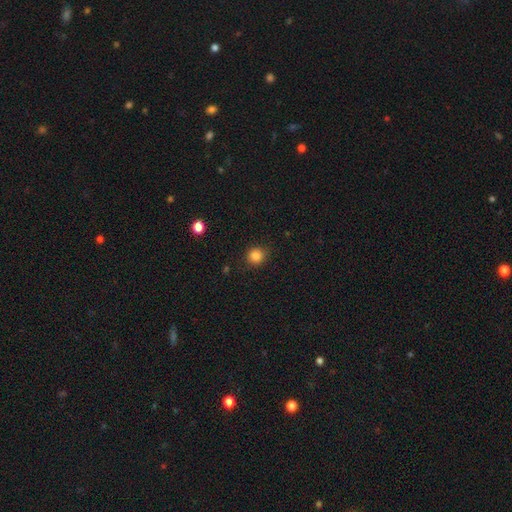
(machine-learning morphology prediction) A smooth galaxy with no disk features (85%) that is round (88%).

Vote fractions:
- Smooth or featured? smooth: 85% / star or artifact: 11% / featured or disk: 3%
- How rounded? round: 88% / in between: 11% / cigar-shaped: 1%
- Merging? none: 85% / minor disturbance: 10% / major disturbance: 3% / merger: 1%